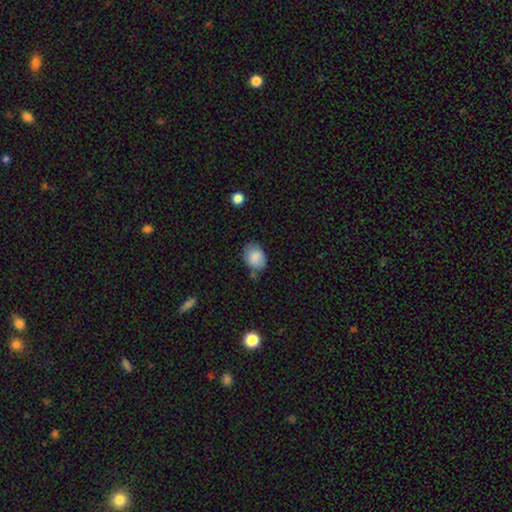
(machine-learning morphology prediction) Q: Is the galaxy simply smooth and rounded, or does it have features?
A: smooth — 85%.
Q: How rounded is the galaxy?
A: in between — 68%.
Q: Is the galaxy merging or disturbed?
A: none — 63%.